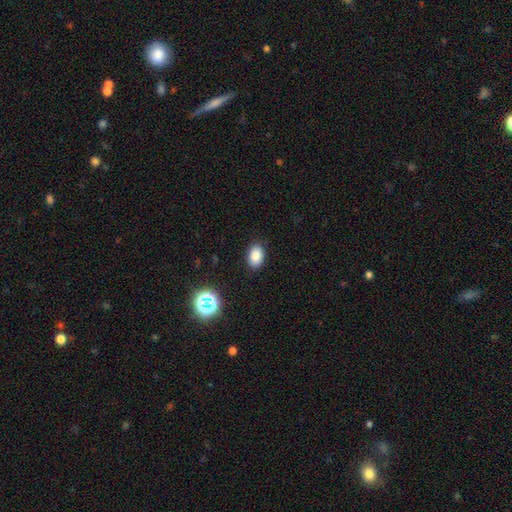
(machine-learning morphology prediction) This is clearly a smooth galaxy (84%). How rounded: clearly in between (86%). Merging: clearly none (88%).